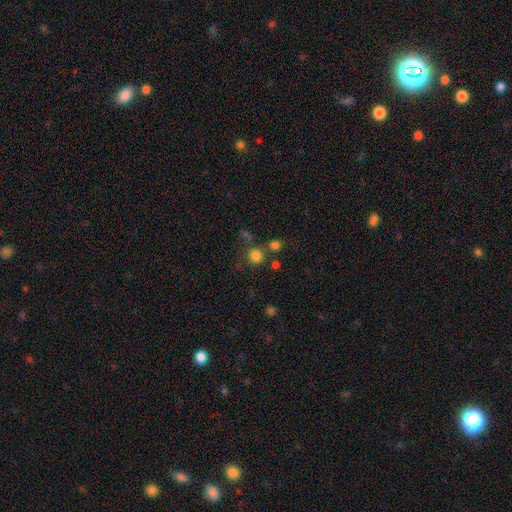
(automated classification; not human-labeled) Smooth or featured? smooth (78%)
How rounded? round (93%)
Merging? none (73%)